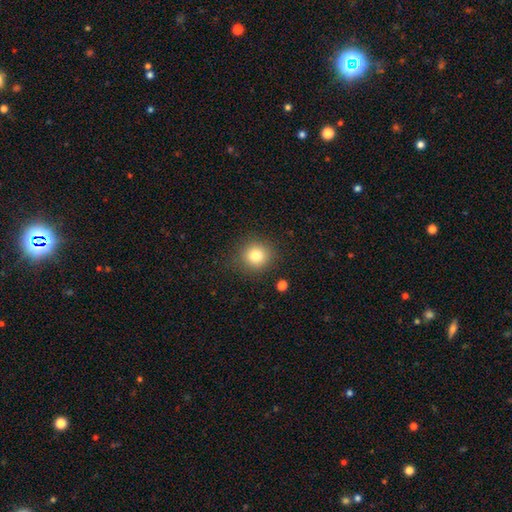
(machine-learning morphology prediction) A smooth galaxy with no disk features (81%) that is round (90%).

Vote fractions:
- Smooth or featured? smooth: 81% / star or artifact: 11% / featured or disk: 8%
- How rounded? round: 90% / in between: 9% / cigar-shaped: 1%
- Merging? none: 86% / minor disturbance: 9% / major disturbance: 3% / merger: 2%